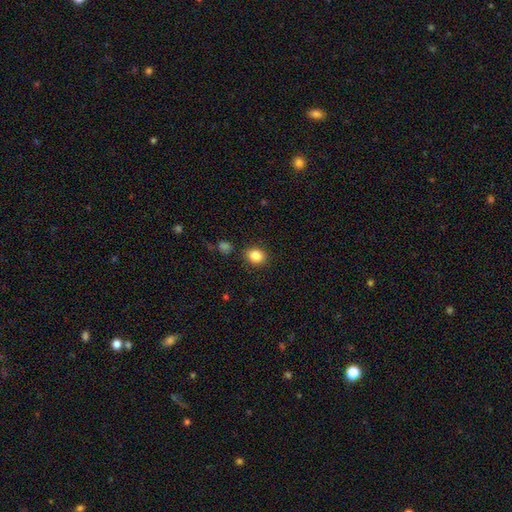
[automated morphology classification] smooth_or_featured: smooth (p=0.85) [alt: star or artifact p=0.10]
how_rounded: round (p=0.62) [alt: in between p=0.38]
merging: none (p=0.86) [alt: minor disturbance p=0.09]